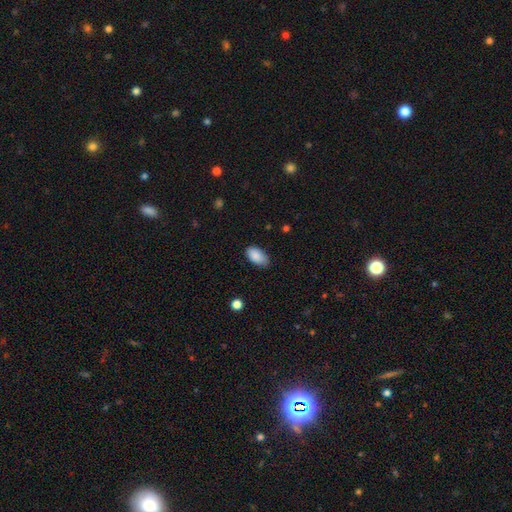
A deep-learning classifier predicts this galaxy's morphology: Smooth or featured? Predicted: smooth (p=0.88). How rounded? Predicted: in between (p=0.94). Merging? Predicted: none (p=0.74).